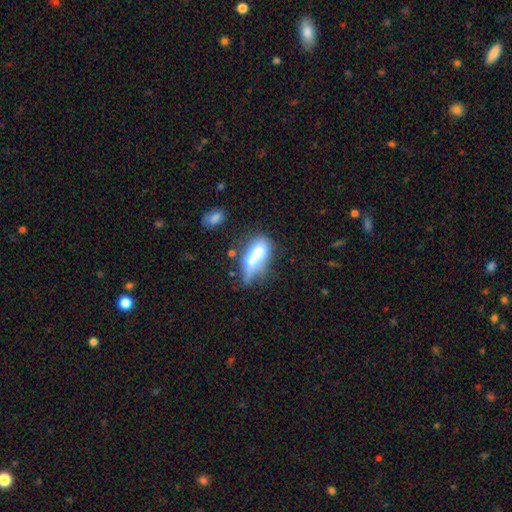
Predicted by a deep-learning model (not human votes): smooth 60%, featured or disk 31%, star or artifact 9%. Down the decision tree: how rounded — in between (64%); merging — none (31%).